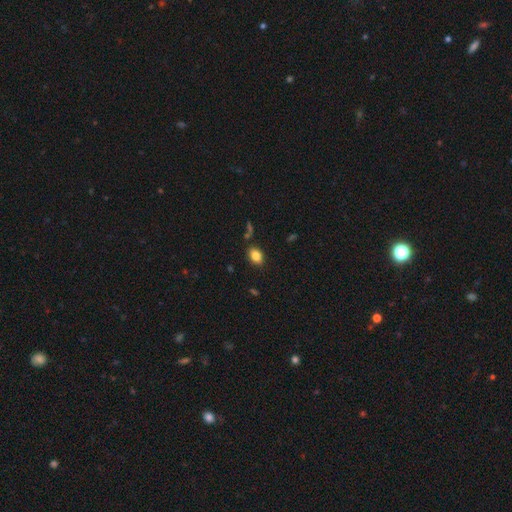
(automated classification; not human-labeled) smooth_or_featured: smooth (p=0.83) [alt: star or artifact p=0.09]
how_rounded: in between (p=0.76) [alt: round p=0.23]
merging: none (p=0.84) [alt: minor disturbance p=0.10]